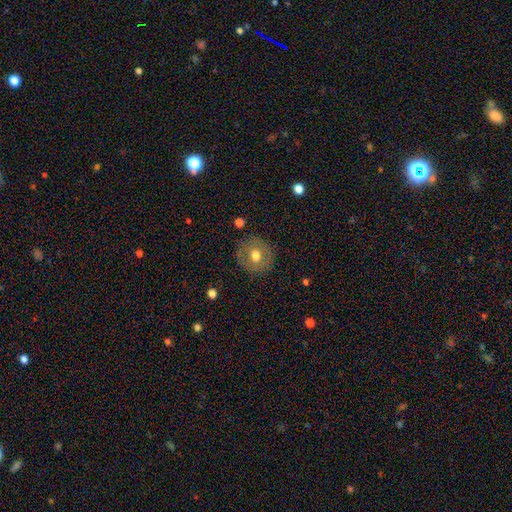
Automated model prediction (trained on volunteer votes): Morphology: type=smooth (61%); roundness=round (87%); merging=none (84%).